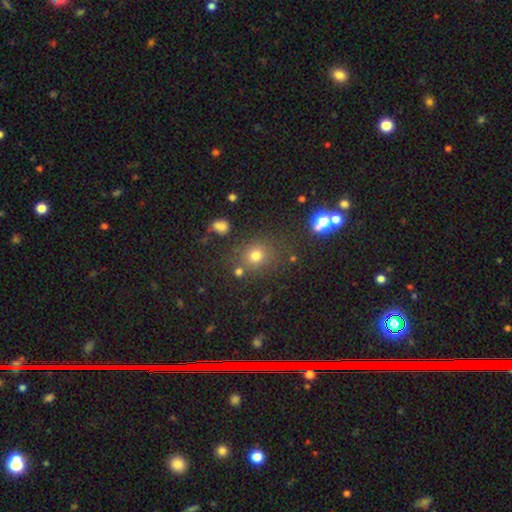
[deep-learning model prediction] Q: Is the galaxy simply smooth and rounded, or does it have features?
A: smooth — 71%.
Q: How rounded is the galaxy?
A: round — 83%.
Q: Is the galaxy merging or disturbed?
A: none — 76%.